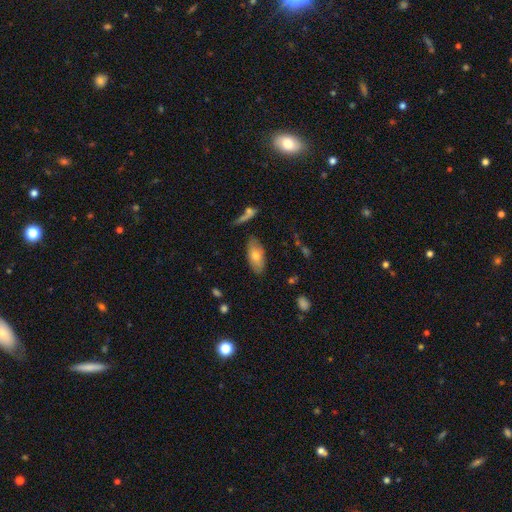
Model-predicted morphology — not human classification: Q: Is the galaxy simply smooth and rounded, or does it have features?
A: smooth — 72%.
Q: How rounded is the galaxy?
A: in between — 88%.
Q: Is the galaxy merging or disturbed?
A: none — 80%.